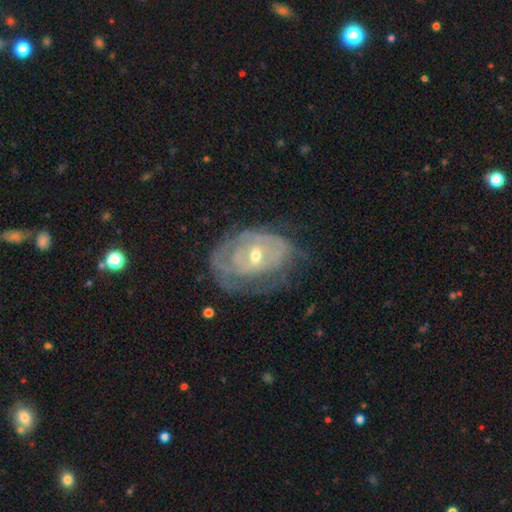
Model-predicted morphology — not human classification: Overall: featured or disk (77%). Edge-on disk: no (95%). Bar: no (56%; weak 34%). Spiral arms: yes (71%). Spiral arm count: can't tell (52%; 2 22%). Spiral winding: tight (64%; medium 25%). Bulge size: moderate (52%; small 44%). Merging: none (45%; minor disturbance 27%).